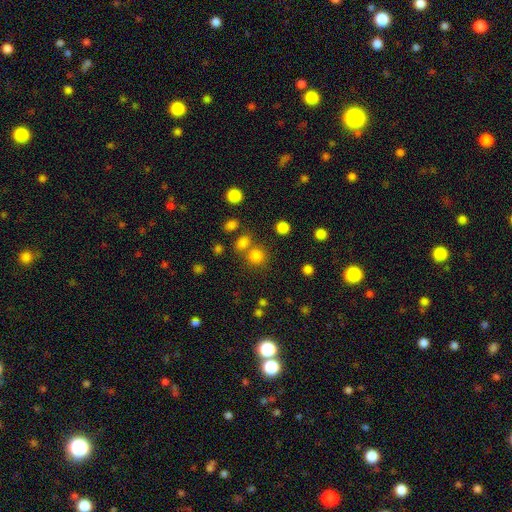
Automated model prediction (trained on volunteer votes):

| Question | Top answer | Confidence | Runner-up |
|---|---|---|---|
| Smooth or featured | smooth | 79% | star or artifact (16%) |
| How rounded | round | 87% | in between (12%) |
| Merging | none | 69% | merger (18%) |